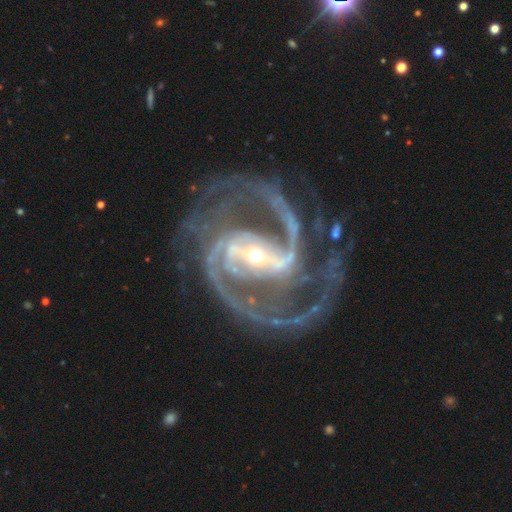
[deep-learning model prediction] smooth-or-featured: featured or disk: 94% | star or artifact: 4% | smooth: 2%
  disk-edge-on: no: 98% | yes: 2%
    bar: strong: 63% | weak: 27% | no: 10%
    has-spiral-arms: yes: 99% | no: 1%
      spiral-winding: medium: 61% | tight: 24% | loose: 14%
      spiral-arm-count: 2: 77% | 3: 9% | can't tell: 4% | 4: 3% | 1: 3% | more than 4: 3%
    bulge-size: small: 54% | moderate: 40% | large: 3% | none: 1% | dominant: 1%
  merging: none: 69% | minor disturbance: 15% | major disturbance: 14% | merger: 2%